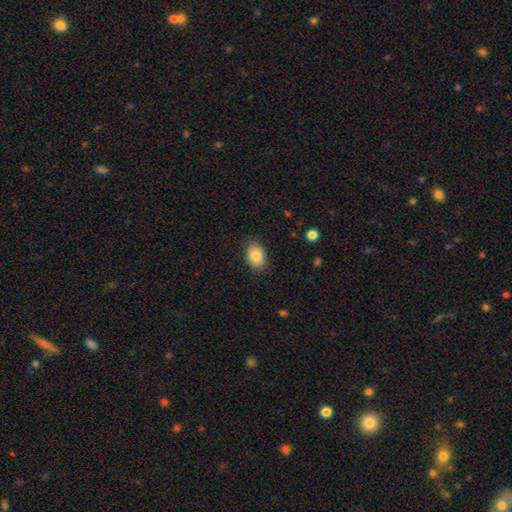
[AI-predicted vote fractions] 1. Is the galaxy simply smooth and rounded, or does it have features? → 85% smooth, 8% star or artifact, 7% featured or disk.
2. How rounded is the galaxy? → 79% in between, 20% round, 1% cigar-shaped.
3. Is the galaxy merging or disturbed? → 87% none, 10% minor disturbance, 2% major disturbance, 1% merger.